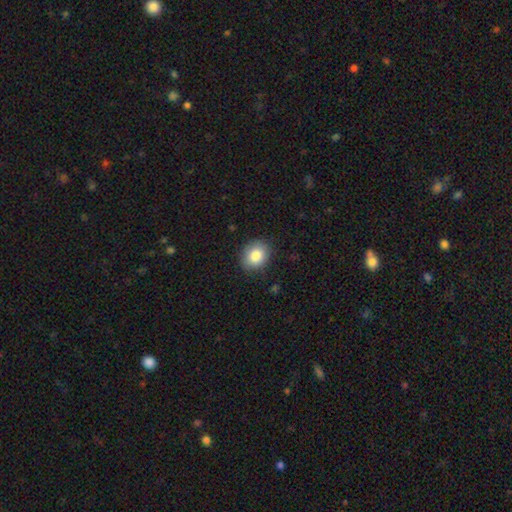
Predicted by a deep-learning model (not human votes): A smooth galaxy with no disk features (84%) that is round (57%).

Vote fractions:
- Smooth or featured? smooth: 84% / star or artifact: 8% / featured or disk: 7%
- How rounded? round: 57% / in between: 42% / cigar-shaped: 1%
- Merging? none: 85% / minor disturbance: 12% / major disturbance: 3% / merger: 1%